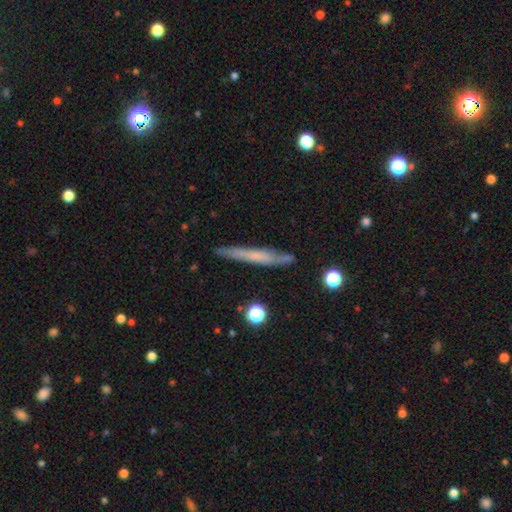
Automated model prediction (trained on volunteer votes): Morphology: type=smooth (48%); merging=none (82%).